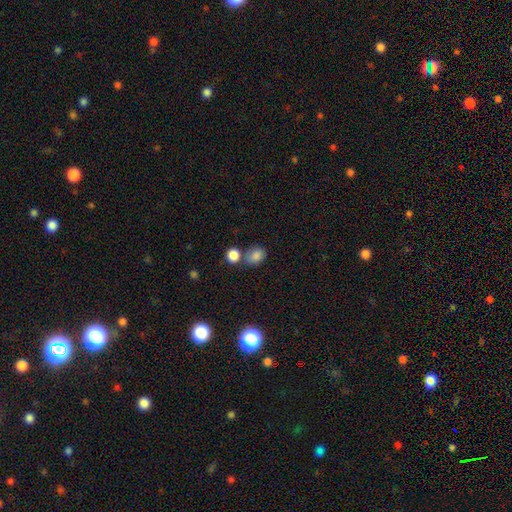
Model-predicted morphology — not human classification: smooth 83%, star or artifact 10%, featured or disk 7%. Down the decision tree: how rounded — in between (60%); merging — none (53%).